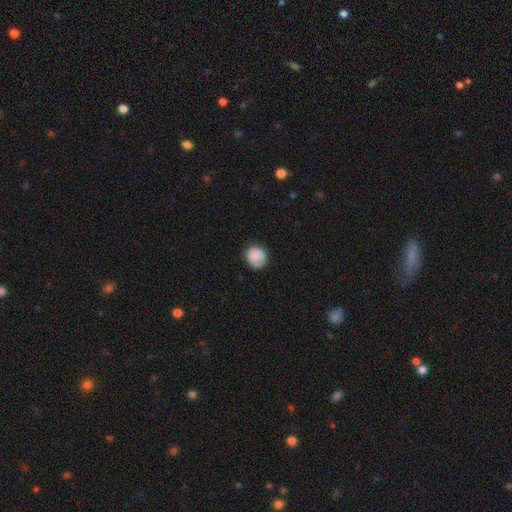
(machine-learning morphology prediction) smooth 84%, featured or disk 9%, star or artifact 7%. Down the decision tree: how rounded — round (82%); merging — none (77%).